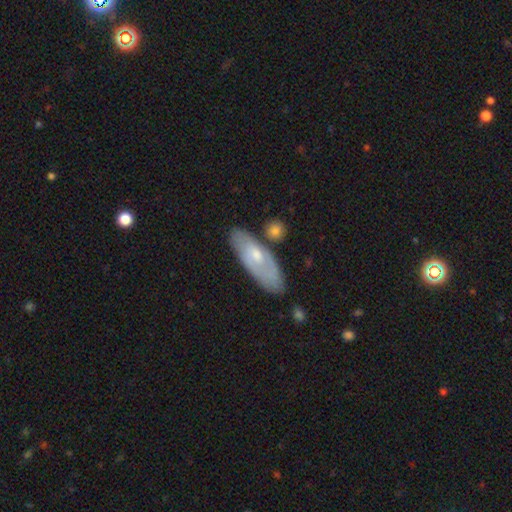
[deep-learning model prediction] Overall: featured or disk (49%; smooth 45%). Merging: none (74%).